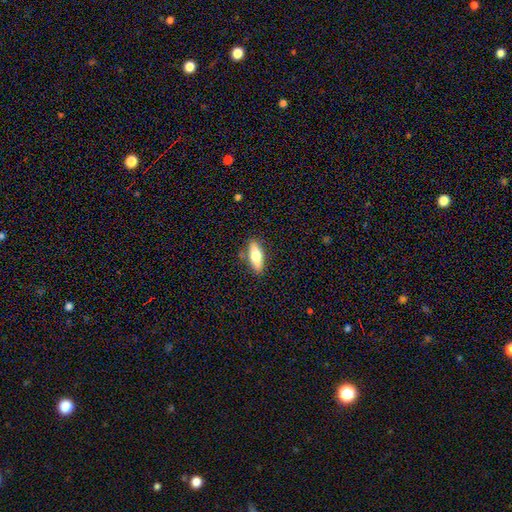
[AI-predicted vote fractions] A smooth galaxy with no disk features (67%) that is in between round and cigar-shaped (63%).

Vote fractions:
- Smooth or featured? smooth: 67% / featured or disk: 26% / star or artifact: 6%
- How rounded? in between: 63% / cigar-shaped: 34% / round: 3%
- Merging? none: 84% / minor disturbance: 11% / merger: 3% / major disturbance: 2%